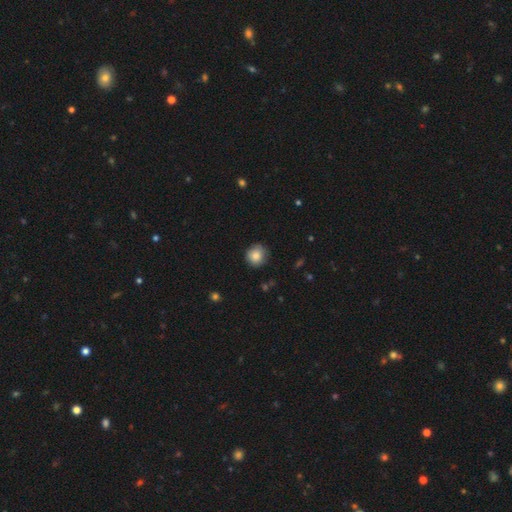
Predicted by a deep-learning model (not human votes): This appears to be a smooth galaxy with no disk features (84%) that is round (90%). Merging: none (84%).